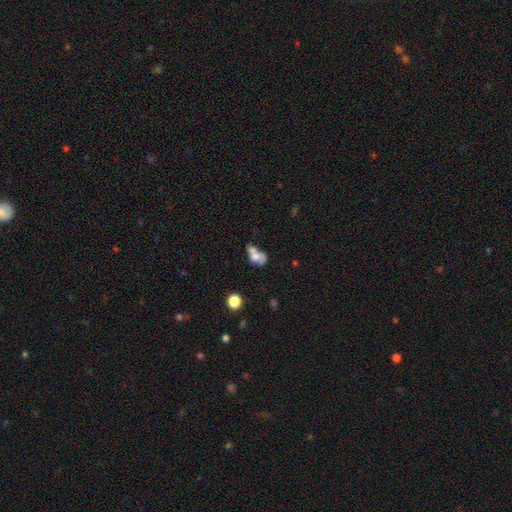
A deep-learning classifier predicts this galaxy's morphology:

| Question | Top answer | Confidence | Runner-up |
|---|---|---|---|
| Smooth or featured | smooth | 55% | featured or disk (33%) |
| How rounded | in between | 68% | round (29%) |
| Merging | merger | 55% | none (17%) |